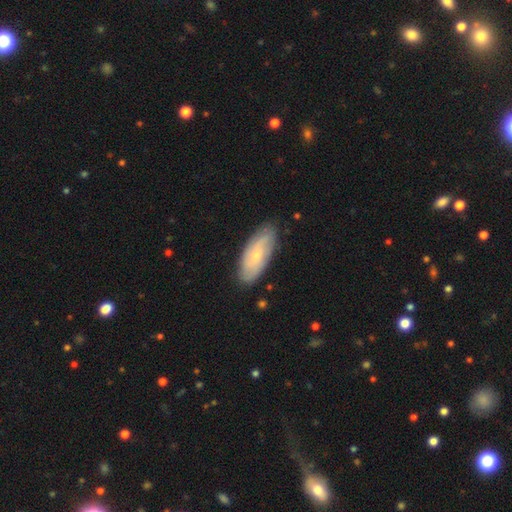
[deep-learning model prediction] smooth_or_featured: featured or disk (p=0.52) [alt: smooth p=0.42]
disk_edge_on: no (p=0.87) [alt: yes p=0.13]
merging: none (p=0.81) [alt: minor disturbance p=0.15]